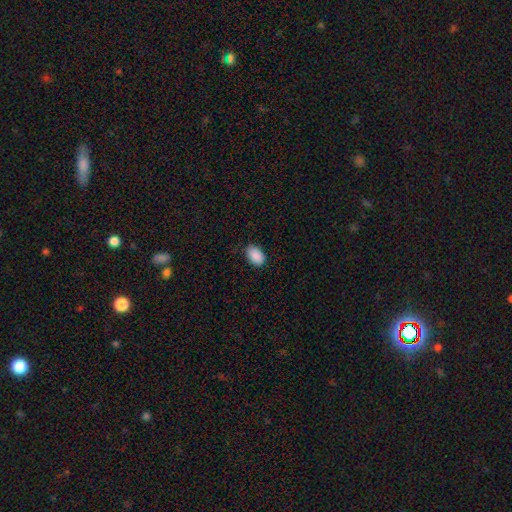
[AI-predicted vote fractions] The model was most divided on "merging": none: 83%, minor disturbance: 14%, major disturbance: 3%, merger: 1%. More confident: smooth or featured — smooth (90%); how rounded — in between (89%).